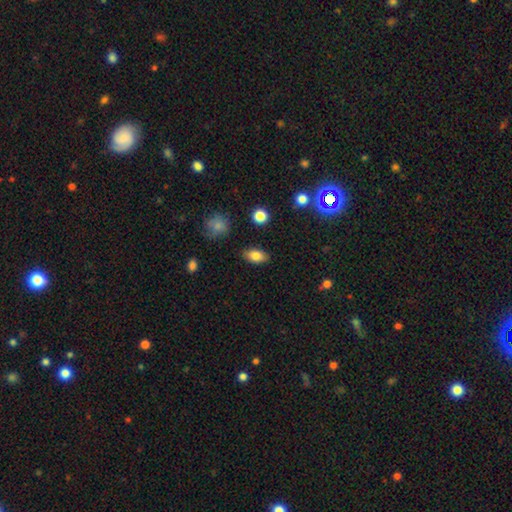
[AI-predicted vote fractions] smooth_or_featured: smooth (p=0.81) [alt: featured or disk p=0.10]
how_rounded: in between (p=0.89) [alt: round p=0.07]
merging: none (p=0.86) [alt: minor disturbance p=0.10]